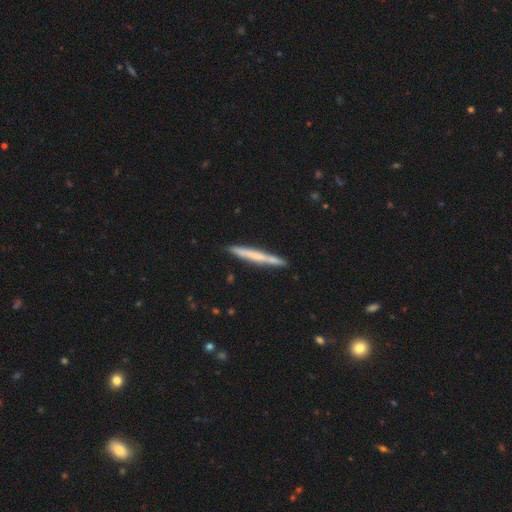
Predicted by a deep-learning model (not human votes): Smooth or featured? smooth (55%)
How rounded? cigar-shaped (97%)
Merging? none (88%)